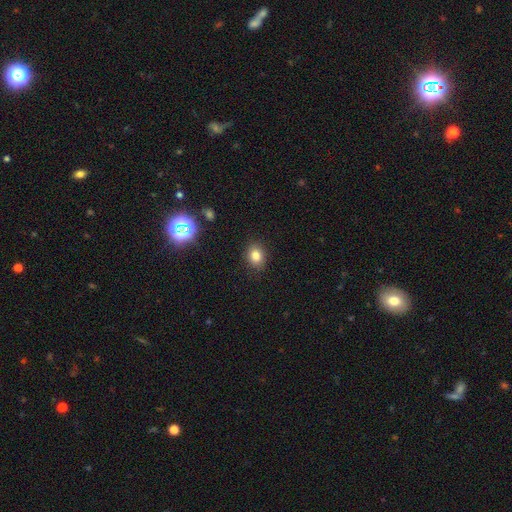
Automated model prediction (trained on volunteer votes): A smooth galaxy with no disk features (81%) that is round (51%). Merging: none (88%).